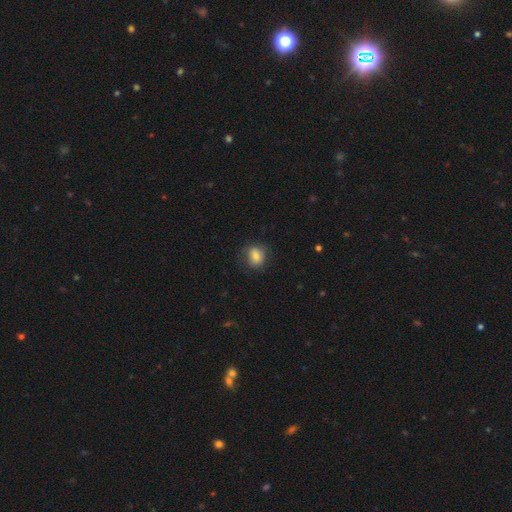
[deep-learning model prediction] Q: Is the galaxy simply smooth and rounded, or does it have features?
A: smooth — 81%.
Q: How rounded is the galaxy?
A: round — 59%.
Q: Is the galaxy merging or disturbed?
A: none — 77%.